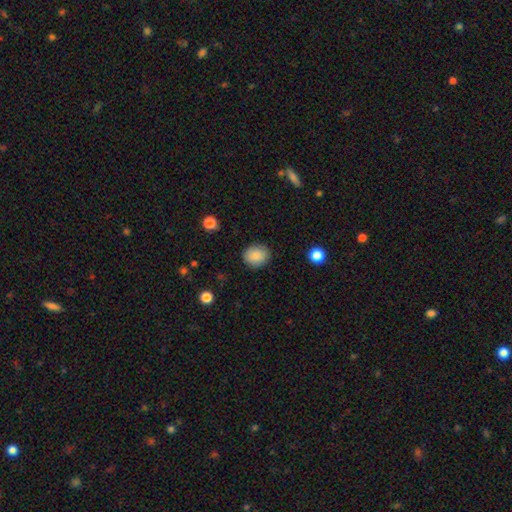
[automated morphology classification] A smooth galaxy with no disk features (86%) that is round (64%). Merging: none (86%).